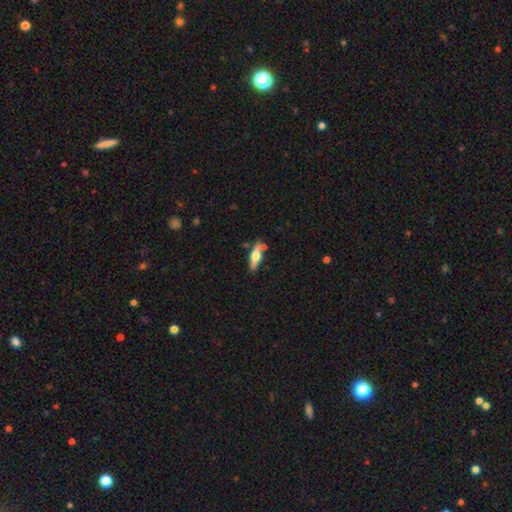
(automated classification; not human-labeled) The model was most divided on "smooth or featured": featured or disk: 49%, smooth: 45%, star or artifact: 6%. More confident: merging — none (75%).